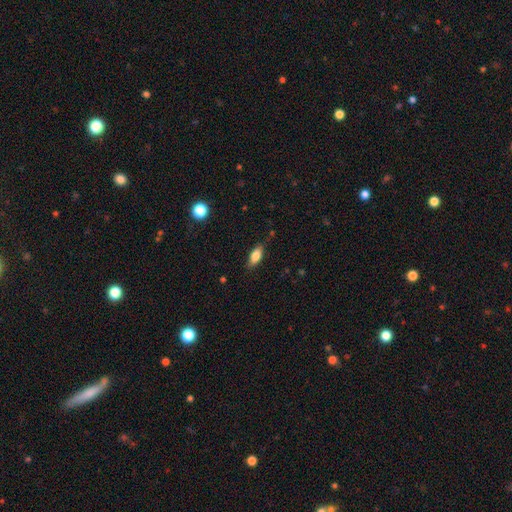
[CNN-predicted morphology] Smooth or featured? smooth (79%)
How rounded? in between (80%)
Merging? none (82%)